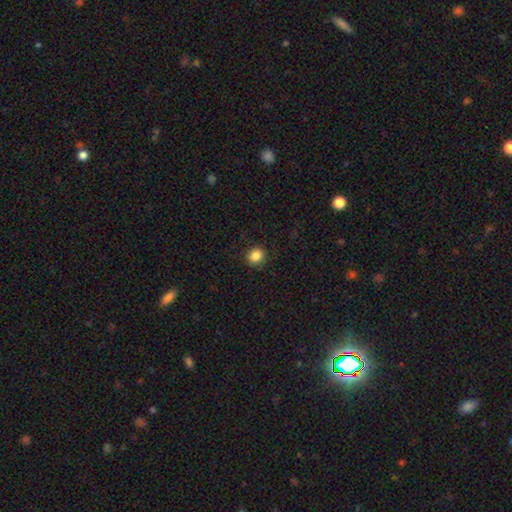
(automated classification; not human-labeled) smooth 86%, star or artifact 10%, featured or disk 3%. Down the decision tree: how rounded — round (79%); merging — none (88%).